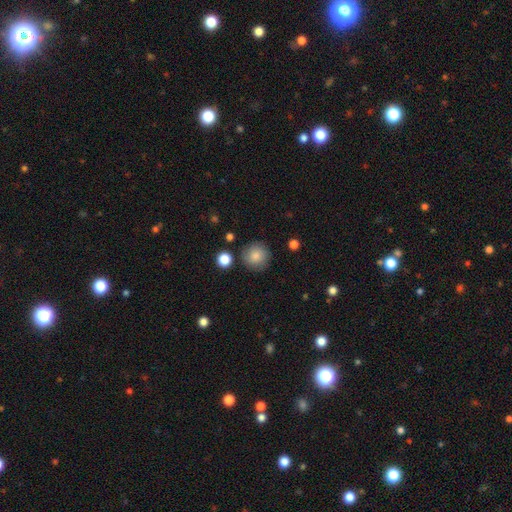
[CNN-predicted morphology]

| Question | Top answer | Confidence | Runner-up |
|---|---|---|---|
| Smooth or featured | smooth | 85% | star or artifact (8%) |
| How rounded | round | 94% | in between (6%) |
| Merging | none | 86% | minor disturbance (9%) |